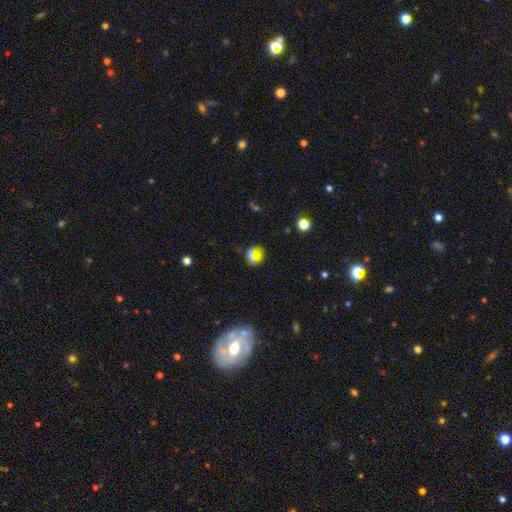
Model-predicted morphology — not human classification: A smooth galaxy with no disk features (60%) that is round (80%). Merging: none (74%).